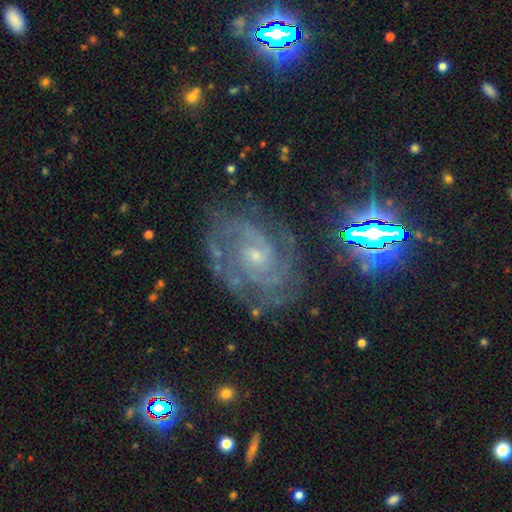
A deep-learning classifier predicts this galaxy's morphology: Smooth or featured? featured or disk (85%)
Edge-on disk? no (97%)
Bar? no (63%)
Spiral arms? yes (98%)
Spiral winding? tight (63%)
Spiral arm count? 2 (45%)
Bulge size? small (76%)
Merging? none (74%)